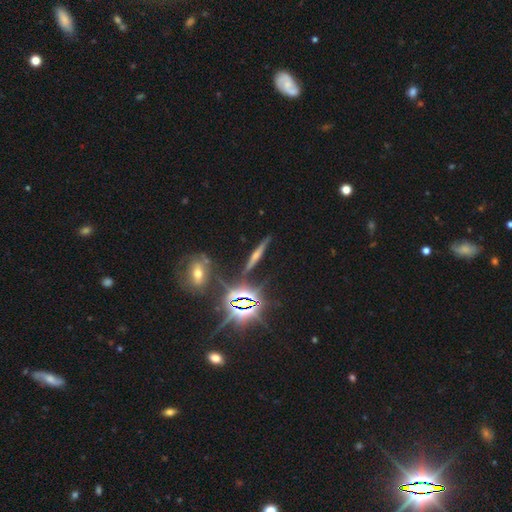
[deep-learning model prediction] A featured or disk galaxy (47%). Merging: none (84%).